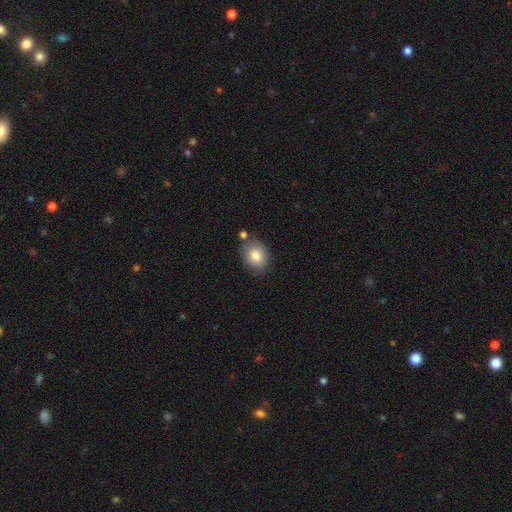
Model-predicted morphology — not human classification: type=smooth (83%); roundness=in between (64%); merging=none (75%).